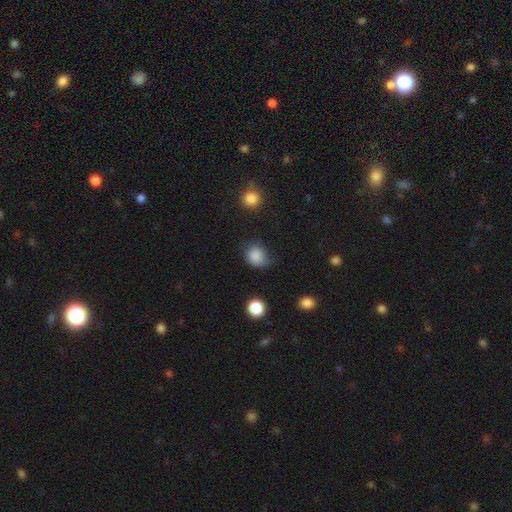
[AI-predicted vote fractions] Smooth or featured?
  - smooth: 84% *
  - star or artifact: 10%
  - featured or disk: 6%
How rounded?
  - round: 65% *
  - in between: 34%
  - cigar-shaped: 1%
Merging?
  - none: 51% *
  - minor disturbance: 34%
  - major disturbance: 12%
  - merger: 2%